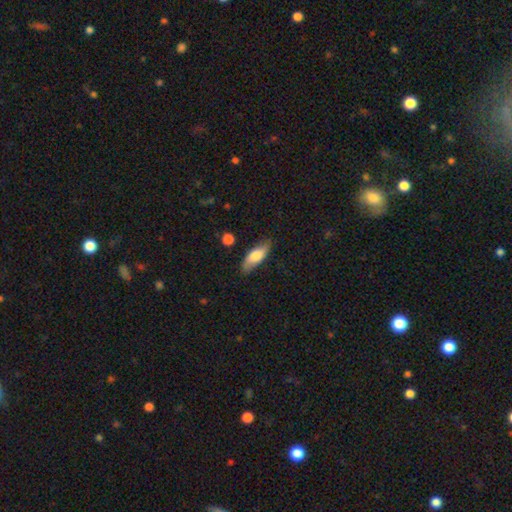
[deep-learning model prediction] smooth 74%, featured or disk 20%, star or artifact 6%. Down the decision tree: how rounded — in between (73%); merging — none (77%).